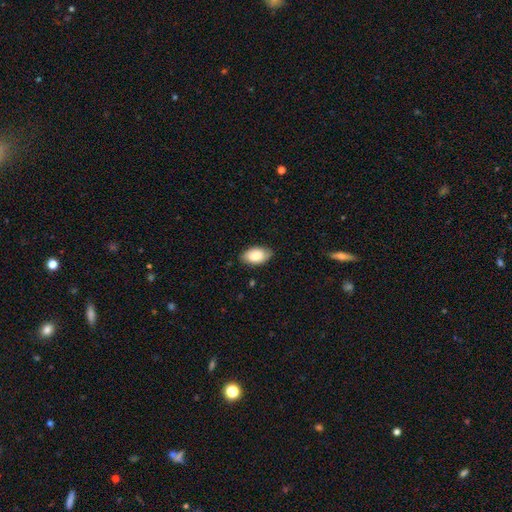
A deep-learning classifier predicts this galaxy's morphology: A smooth galaxy with no disk features (82%) that is in between round and cigar-shaped (94%).

Vote fractions:
- Smooth or featured? smooth: 82% / featured or disk: 11% / star or artifact: 6%
- How rounded? in between: 94% / round: 4% / cigar-shaped: 2%
- Merging? none: 79% / minor disturbance: 17% / major disturbance: 3% / merger: 1%